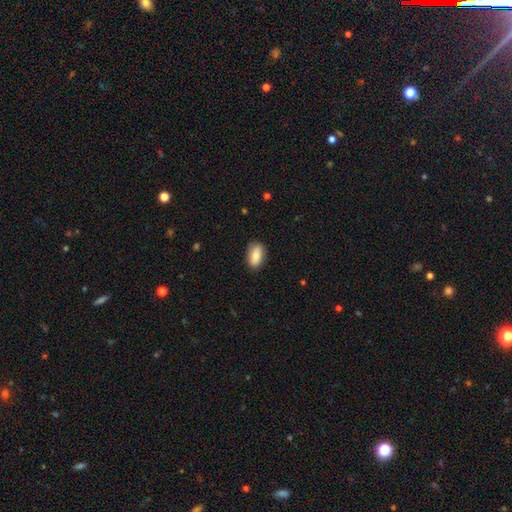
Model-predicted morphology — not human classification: Overall: smooth (82%). How rounded: in between (90%). Merging: none (84%).